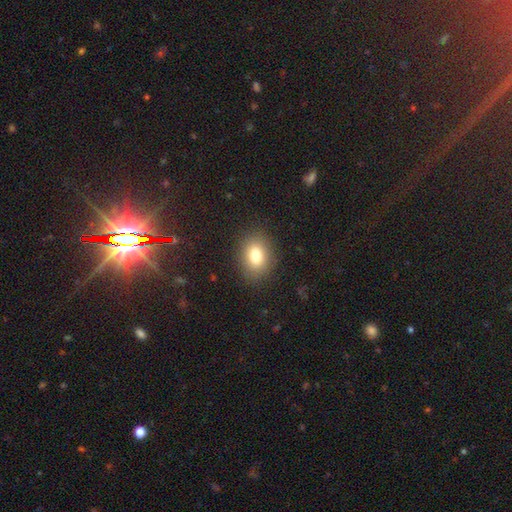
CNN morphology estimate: The model was most divided on "how rounded": in between: 66%, round: 33%, cigar-shaped: 1%. More confident: merging — none (87%); smooth or featured — smooth (80%).